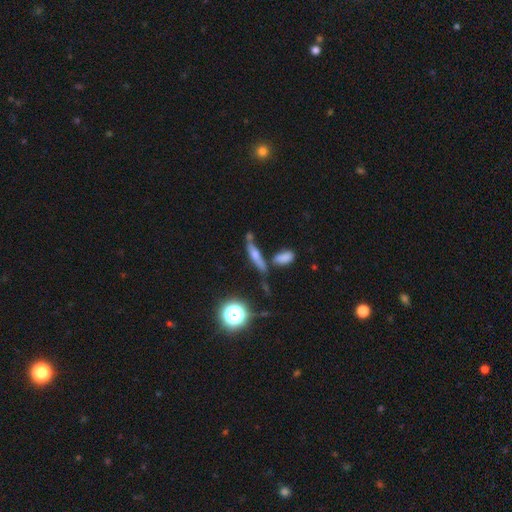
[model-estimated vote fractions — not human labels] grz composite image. It shows a featured or disk galaxy (43%). Merging: none (60%).